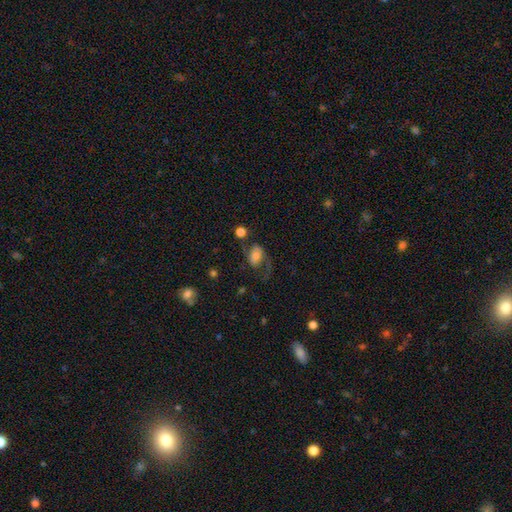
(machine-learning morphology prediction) Q: Smooth or featured?
A: featured or disk (50%); runner-up: smooth (40%)
Q: Edge-on disk?
A: no (96%); runner-up: yes (4%)
Q: Merging?
A: none (43%); runner-up: major disturbance (31%)